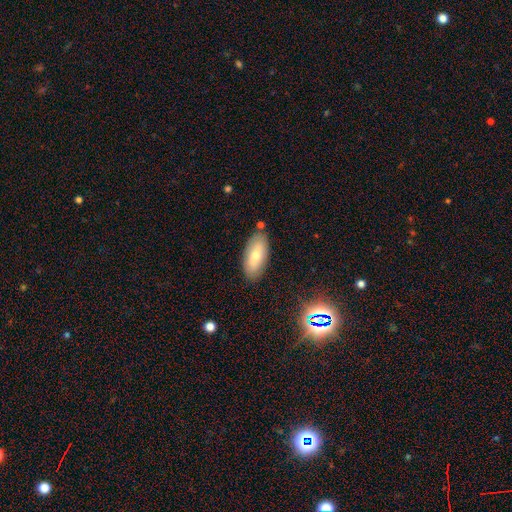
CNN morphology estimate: Overall: smooth (67%). How rounded: in between (90%). Merging: none (82%).